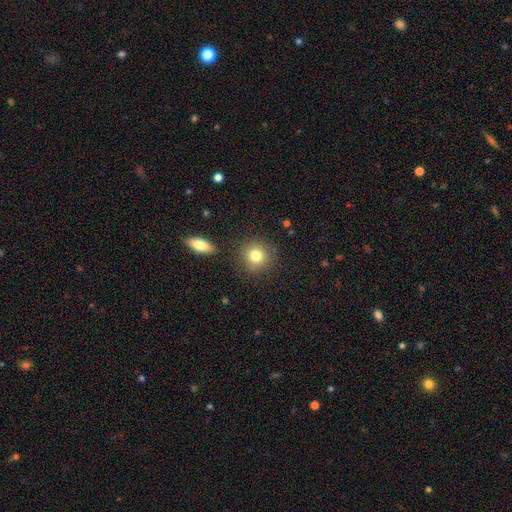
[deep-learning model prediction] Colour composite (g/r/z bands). It shows a smooth galaxy with no disk features (81%) that is round (89%). Merging: none (83%).